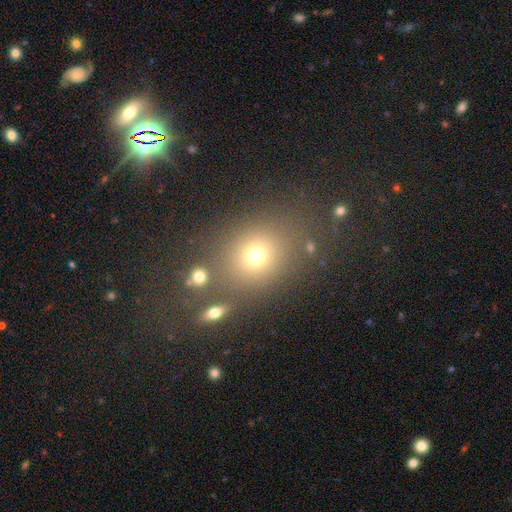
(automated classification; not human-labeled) smooth_or_featured: smooth (p=0.69) [alt: star or artifact p=0.20]
how_rounded: round (p=0.63) [alt: in between p=0.35]
merging: none (p=0.72) [alt: minor disturbance p=0.12]